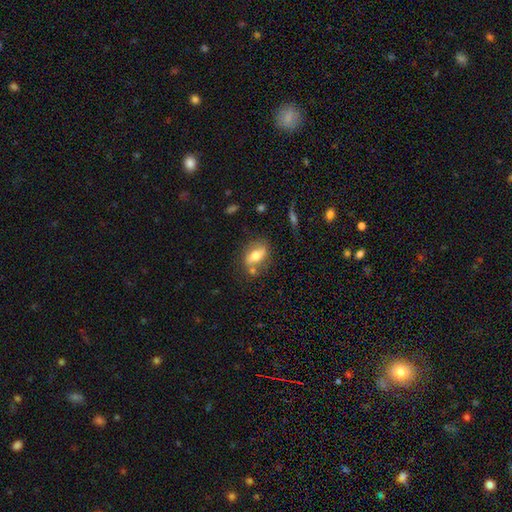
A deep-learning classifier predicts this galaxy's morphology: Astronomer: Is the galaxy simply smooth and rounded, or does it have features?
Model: smooth — 51% (runner-up: featured or disk, 41%).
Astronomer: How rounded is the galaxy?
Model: in between — 74%.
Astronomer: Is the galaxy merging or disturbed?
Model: none — 65%.